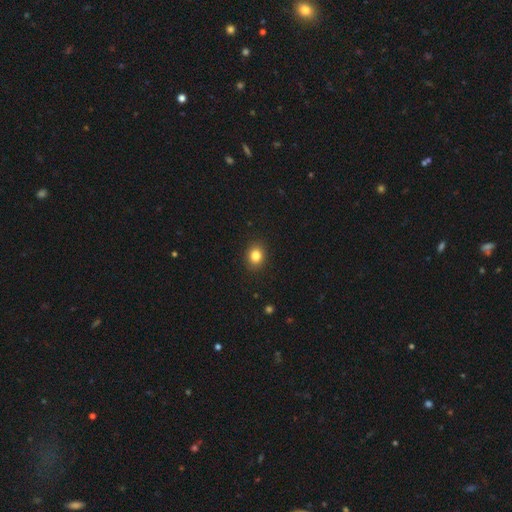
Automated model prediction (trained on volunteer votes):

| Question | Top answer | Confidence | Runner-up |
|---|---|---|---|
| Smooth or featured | smooth | 83% | star or artifact (11%) |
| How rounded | round | 61% | in between (39%) |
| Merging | none | 90% | minor disturbance (7%) |